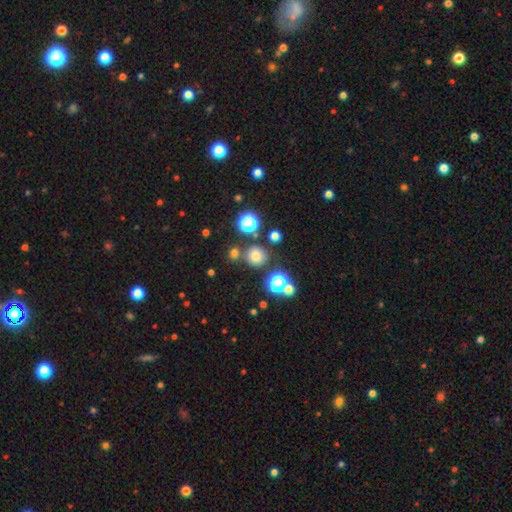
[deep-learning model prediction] Smooth or featured?
  - smooth: 70% *
  - star or artifact: 22%
  - featured or disk: 8%
How rounded?
  - round: 90% *
  - in between: 9%
  - cigar-shaped: 1%
Merging?
  - none: 79% *
  - merger: 9%
  - minor disturbance: 9%
  - major disturbance: 3%